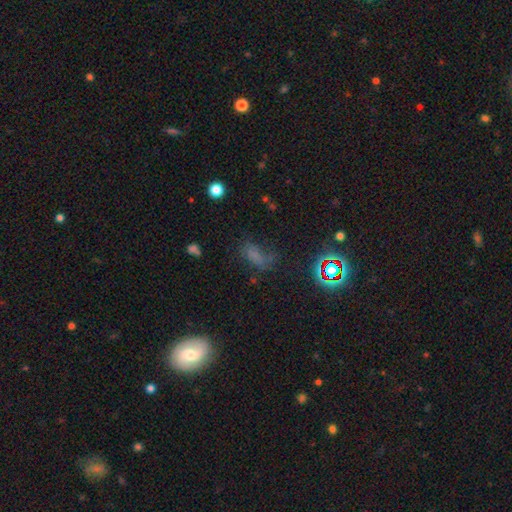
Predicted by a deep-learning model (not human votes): The model was most divided on "smooth or featured": smooth: 49%, star or artifact: 32%, featured or disk: 18%. Remaining: merging — none (46%).